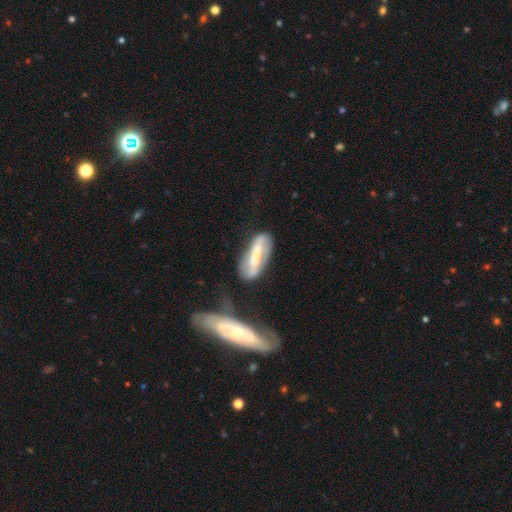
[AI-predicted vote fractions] A featured or disk galaxy (57%).

Vote fractions:
- Smooth or featured? featured or disk: 57% / smooth: 37% / star or artifact: 7%
- Edge-on disk? no: 76% / yes: 24%
- Merging? none: 54% / minor disturbance: 23% / merger: 12% / major disturbance: 11%